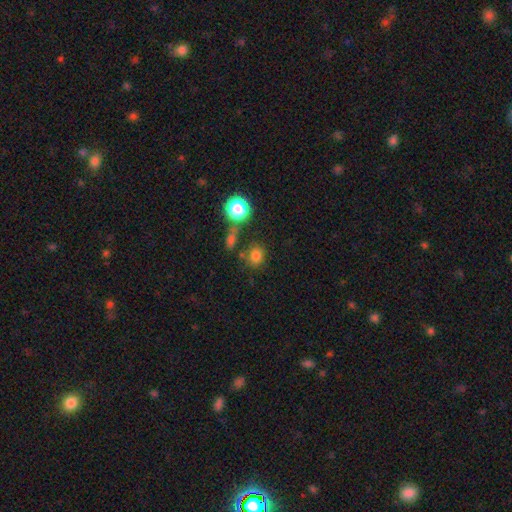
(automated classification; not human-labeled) Q: Smooth or featured?
A: smooth (74%); runner-up: star or artifact (19%)
Q: How rounded?
A: round (68%); runner-up: in between (30%)
Q: Merging?
A: none (71%); runner-up: minor disturbance (13%)